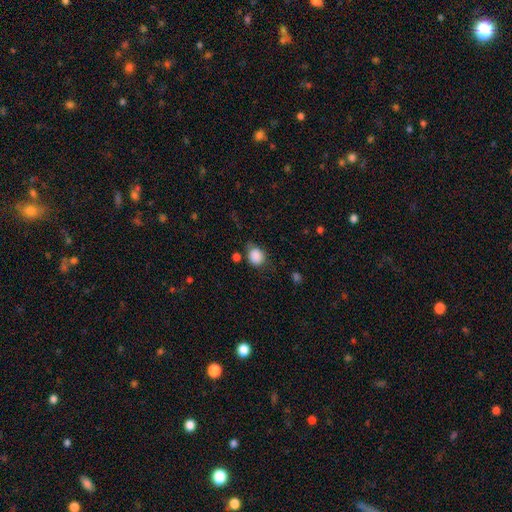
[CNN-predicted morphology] The model was most divided on "how rounded": round: 67%, in between: 32%, cigar-shaped: 1%. More confident: smooth or featured — smooth (86%); merging — none (63%).